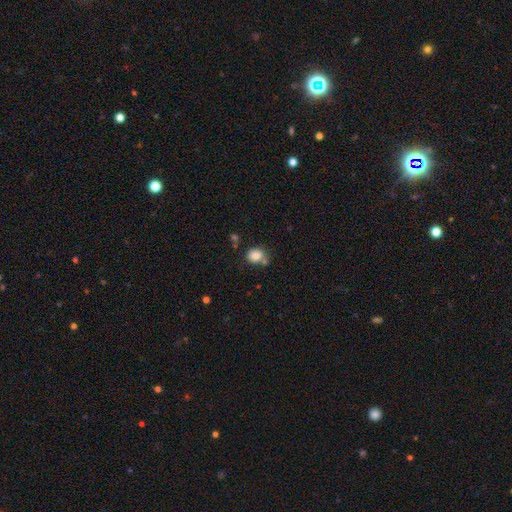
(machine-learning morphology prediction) smooth 83%, star or artifact 10%, featured or disk 7%. Down the decision tree: how rounded — round (59%); merging — none (61%).